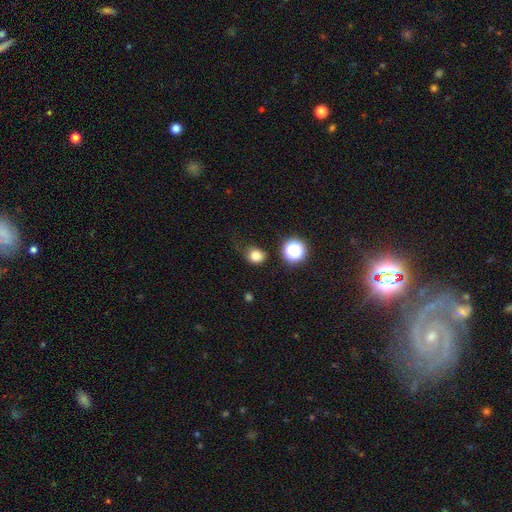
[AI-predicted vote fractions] Smooth or featured?
  - smooth: 79% *
  - star or artifact: 15%
  - featured or disk: 6%
How rounded?
  - round: 71% *
  - in between: 28%
  - cigar-shaped: 1%
Merging?
  - none: 60% *
  - minor disturbance: 25%
  - major disturbance: 11%
  - merger: 4%